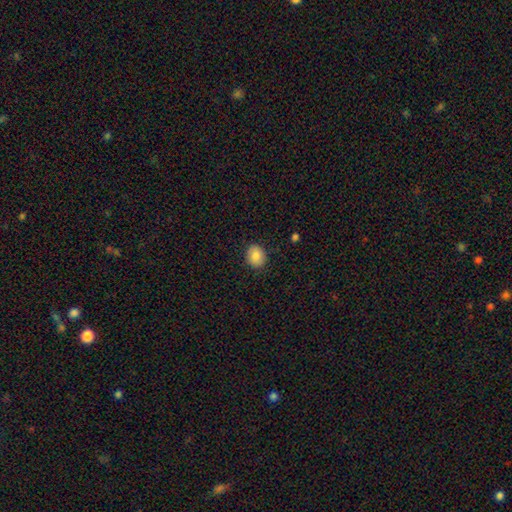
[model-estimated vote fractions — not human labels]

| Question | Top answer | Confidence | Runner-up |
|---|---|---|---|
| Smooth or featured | smooth | 85% | star or artifact (8%) |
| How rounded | round | 59% | in between (41%) |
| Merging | none | 86% | minor disturbance (11%) |